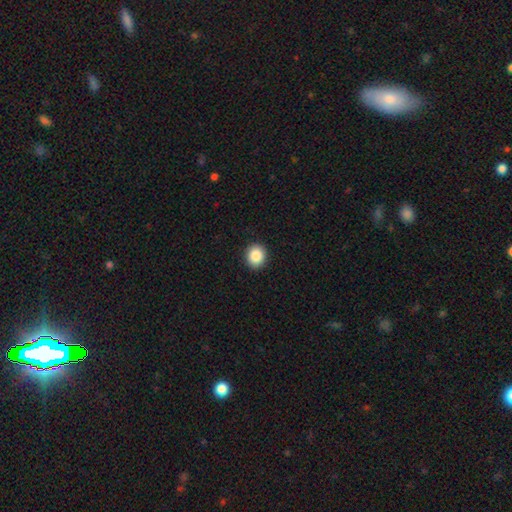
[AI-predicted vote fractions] Smooth or featured?
  - smooth: 87% *
  - star or artifact: 9%
  - featured or disk: 4%
How rounded?
  - round: 77% *
  - in between: 23%
  - cigar-shaped: 1%
Merging?
  - none: 92% *
  - minor disturbance: 5%
  - major disturbance: 2%
  - merger: 1%